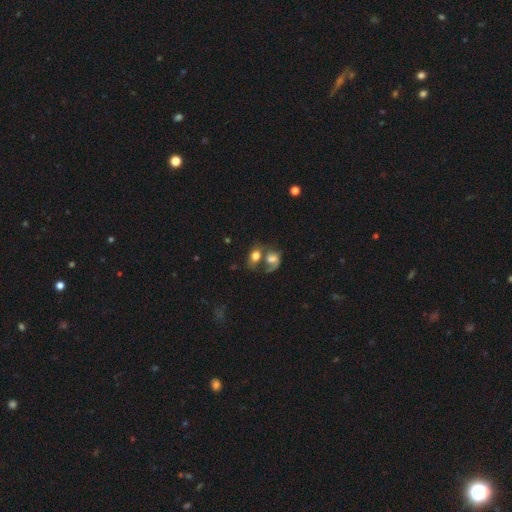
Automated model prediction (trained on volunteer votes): This appears to be a smooth galaxy with no disk features (65%) that is in between round and cigar-shaped (61%). Merging: merger (53%).